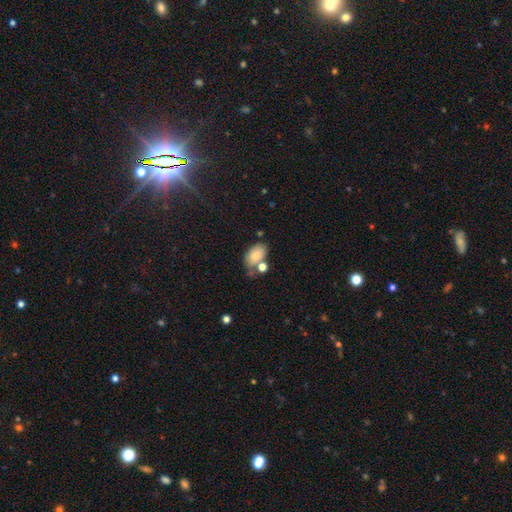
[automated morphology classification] Smooth or featured? Predicted: smooth (p=0.82). How rounded? Predicted: in between (p=0.91). Merging? Predicted: none (p=0.45).